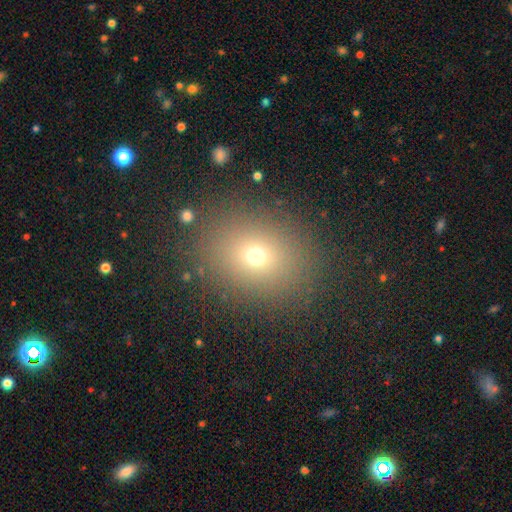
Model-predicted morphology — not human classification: Smooth or featured?
  - smooth: 67% *
  - star or artifact: 21%
  - featured or disk: 12%
How rounded?
  - round: 57% *
  - in between: 42%
  - cigar-shaped: 1%
Merging?
  - none: 86% *
  - minor disturbance: 8%
  - major disturbance: 4%
  - merger: 2%